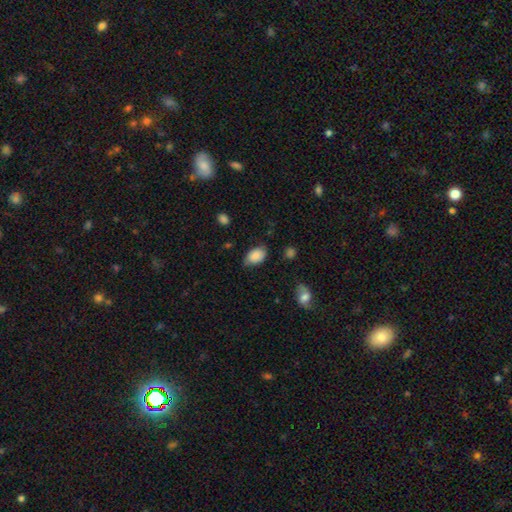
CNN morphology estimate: A smooth galaxy with no disk features (85%) that is in between round and cigar-shaped (90%).

Vote fractions:
- Smooth or featured? smooth: 85% / featured or disk: 8% / star or artifact: 7%
- How rounded? in between: 90% / round: 9% / cigar-shaped: 1%
- Merging? none: 68% / minor disturbance: 25% / major disturbance: 5% / merger: 2%